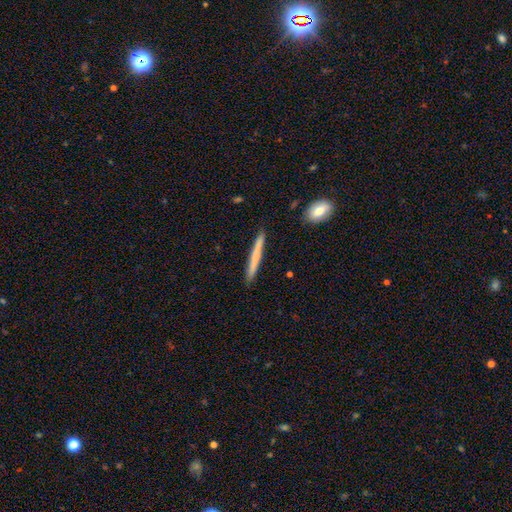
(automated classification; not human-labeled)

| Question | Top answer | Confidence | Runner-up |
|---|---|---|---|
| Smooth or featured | smooth | 63% | featured or disk (32%) |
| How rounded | cigar-shaped | 97% | in between (2%) |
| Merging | none | 90% | minor disturbance (7%) |